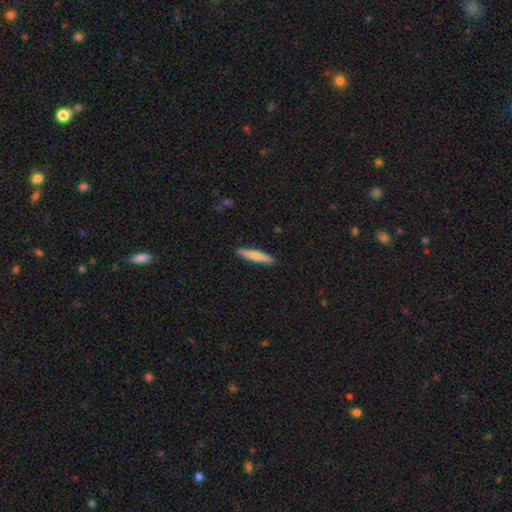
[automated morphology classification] This is likely a smooth galaxy (69%). How rounded: clearly cigar-shaped (91%). Merging: clearly none (91%).